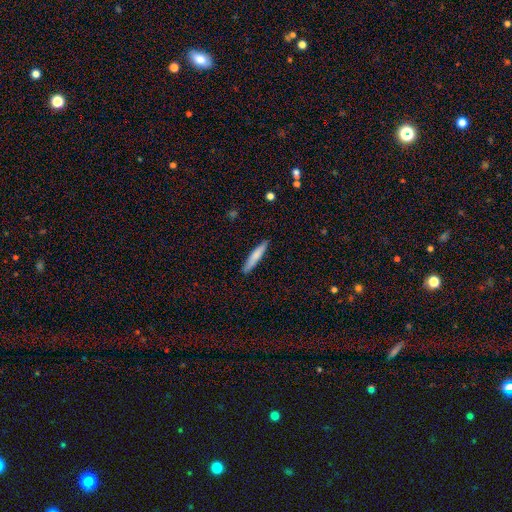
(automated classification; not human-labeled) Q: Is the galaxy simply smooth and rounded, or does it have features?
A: smooth — 77%.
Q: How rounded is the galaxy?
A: cigar-shaped — 91%.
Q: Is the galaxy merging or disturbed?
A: none — 89%.